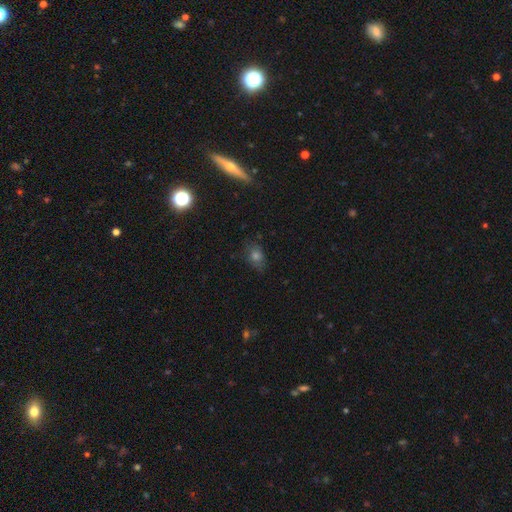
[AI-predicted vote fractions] This appears to be a smooth galaxy with no disk features (62%) that is in between round and cigar-shaped (58%). Merging: none (77%).